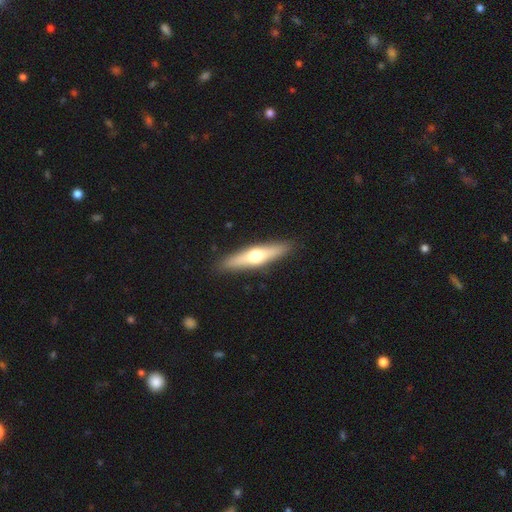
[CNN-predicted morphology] Smooth or featured: featured or disk — 51% (smooth — 44%)
Edge-on disk: yes — 91% (no — 9%)
Merging: none — 90% (minor disturbance — 7%)